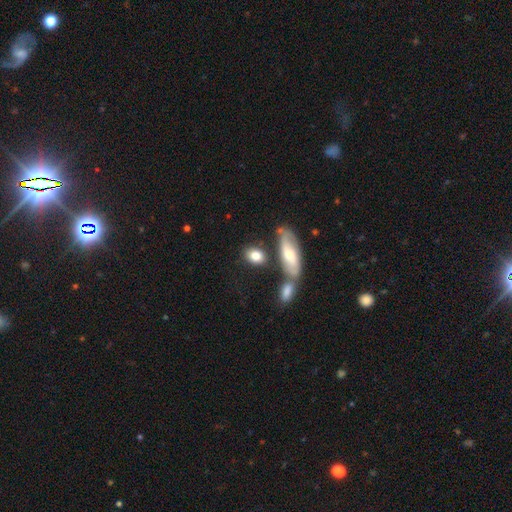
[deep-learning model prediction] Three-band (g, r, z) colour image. It shows a smooth galaxy with no disk features (77%) that is in between round and cigar-shaped (74%). Merging: none (63%).